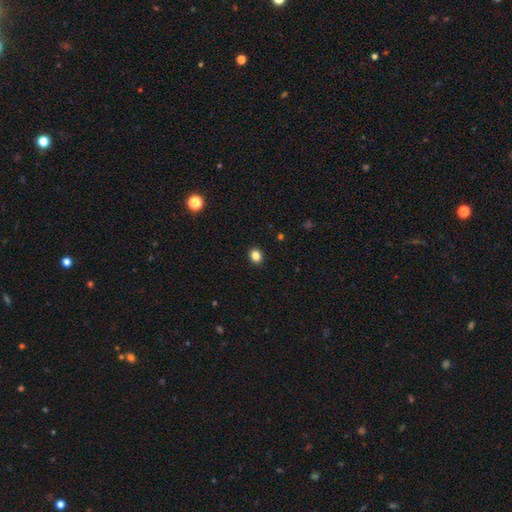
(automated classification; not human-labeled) A smooth galaxy with no disk features (84%) that is round (65%). Merging: none (92%).